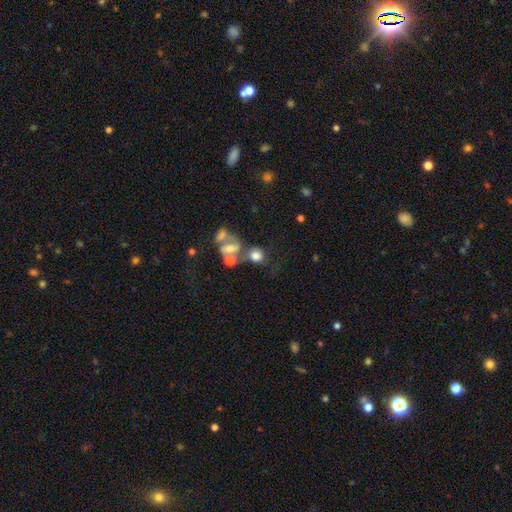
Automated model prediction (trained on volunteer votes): Q: Smooth or featured?
A: smooth (67%); runner-up: featured or disk (20%)
Q: How rounded?
A: round (68%); runner-up: in between (30%)
Q: Merging?
A: merger (40%); runner-up: none (32%)